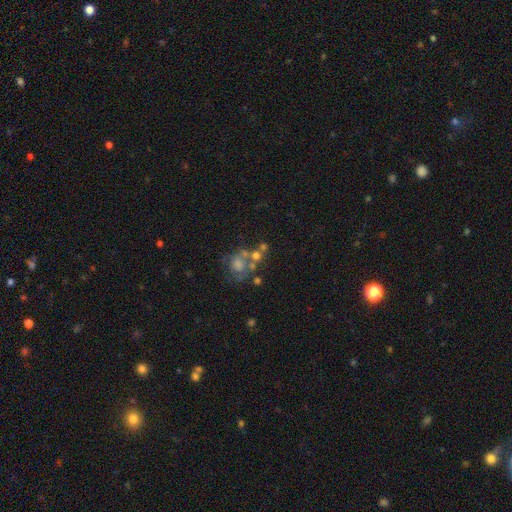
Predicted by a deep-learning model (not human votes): Smooth or featured: smooth — 37% (star or artifact — 34%)
Merging: none — 40% (merger — 39%)